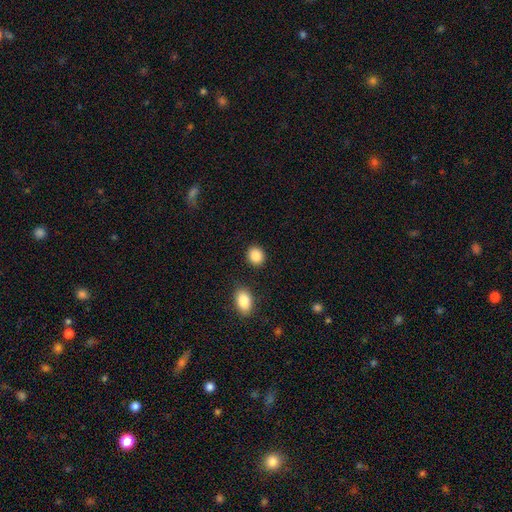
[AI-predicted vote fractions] Smooth or featured? smooth (88%)
How rounded? round (75%)
Merging? none (88%)